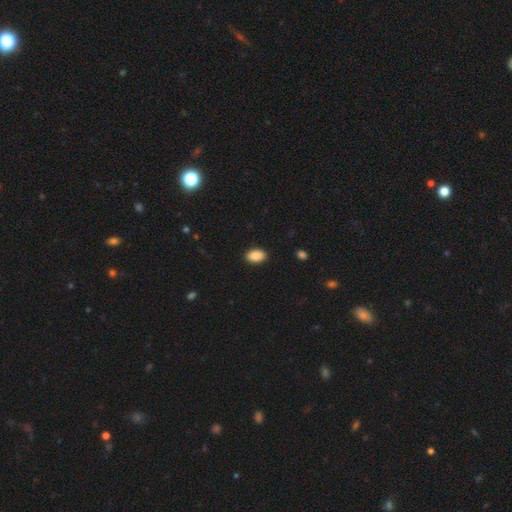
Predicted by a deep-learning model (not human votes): smooth-or-featured: smooth: 90% | star or artifact: 7% | featured or disk: 3%
  how-rounded: in between: 91% | round: 8% | cigar-shaped: 1%
  merging: none: 89% | minor disturbance: 8% | major disturbance: 2% | merger: 1%